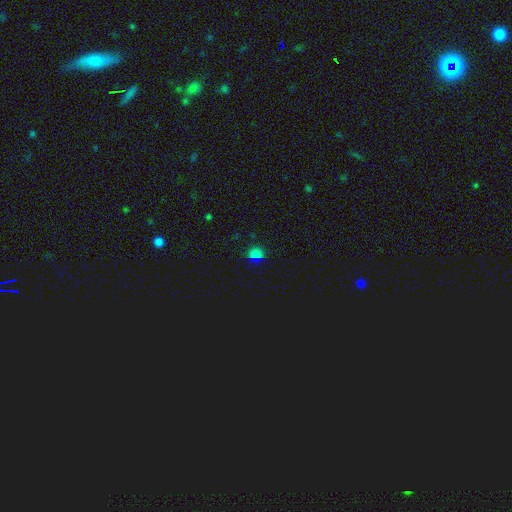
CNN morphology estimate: Smooth or featured: smooth — 73% (star or artifact — 23%)
How rounded: round — 62% (in between — 37%)
Merging: none — 83% (minor disturbance — 12%)